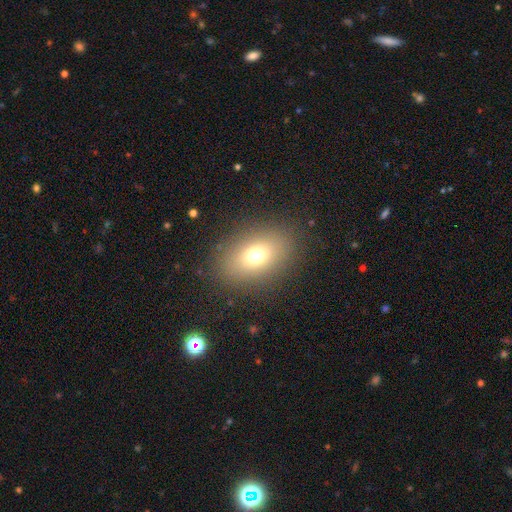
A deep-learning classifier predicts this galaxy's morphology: Smooth or featured?
  - smooth: 71% *
  - featured or disk: 15%
  - star or artifact: 15%
How rounded?
  - in between: 77% *
  - round: 22%
  - cigar-shaped: 2%
Merging?
  - none: 85% *
  - minor disturbance: 9%
  - major disturbance: 5%
  - merger: 1%